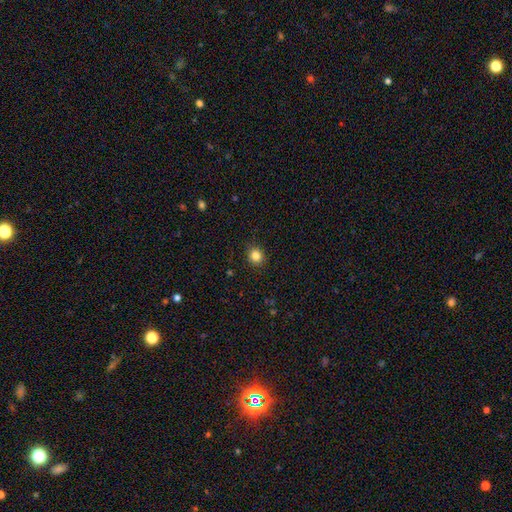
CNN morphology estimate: type=smooth (83%); roundness=round (78%); merging=none (90%).